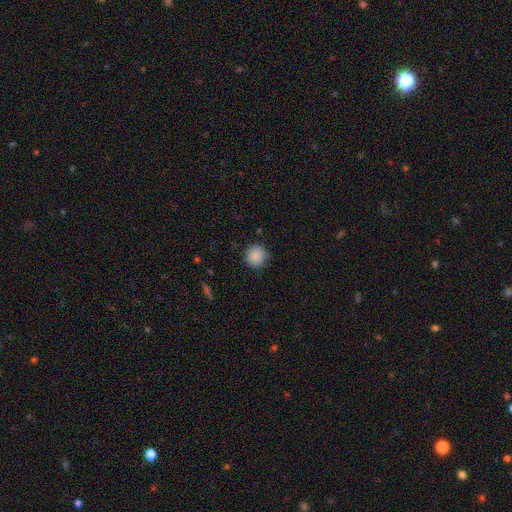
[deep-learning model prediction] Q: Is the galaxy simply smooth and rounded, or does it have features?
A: smooth — 87%.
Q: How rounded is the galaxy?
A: round — 93%.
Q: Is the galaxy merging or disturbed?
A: none — 82%.